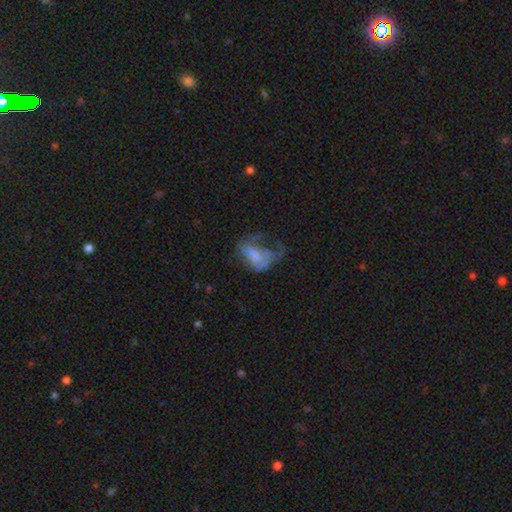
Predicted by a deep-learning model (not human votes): Smooth or featured? smooth (47%)
Merging? major disturbance (59%)